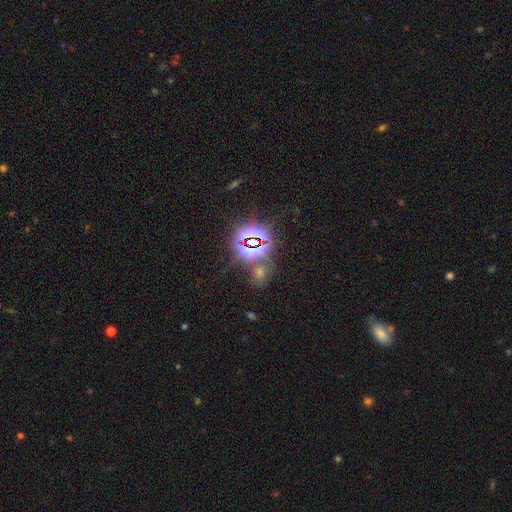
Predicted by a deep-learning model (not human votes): This is likely a star or artifact rather than a galaxy (74%).